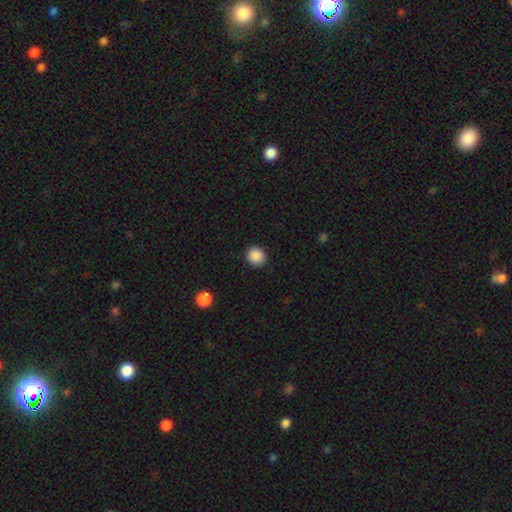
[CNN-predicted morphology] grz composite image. It shows a smooth galaxy with no disk features (88%) that is round (90%). Merging: none (91%).